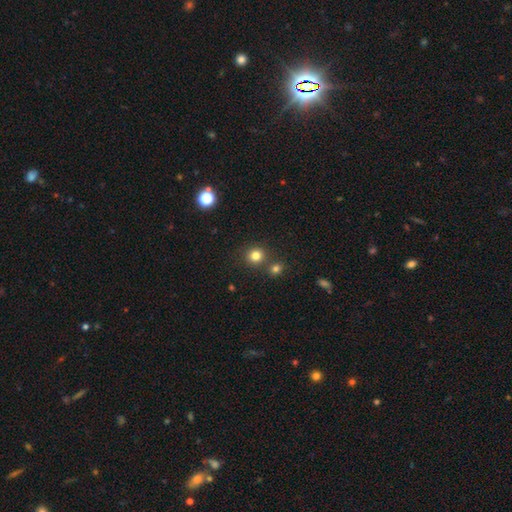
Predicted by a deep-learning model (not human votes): Smooth or featured? smooth (80%)
How rounded? round (88%)
Merging? none (75%)